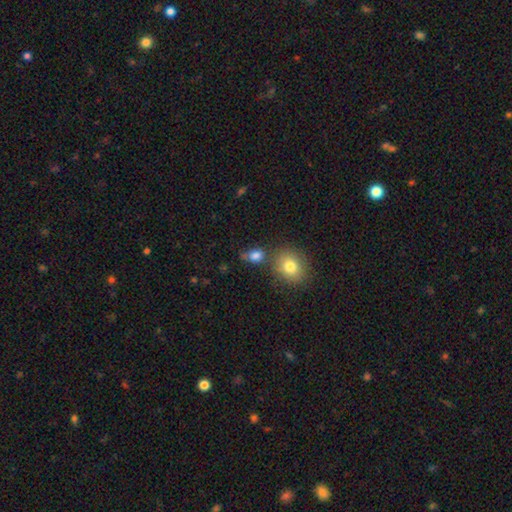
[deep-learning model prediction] A smooth galaxy with no disk features (81%) that is in between round and cigar-shaped (62%).

Vote fractions:
- Smooth or featured? smooth: 81% / star or artifact: 12% / featured or disk: 8%
- How rounded? in between: 62% / round: 35% / cigar-shaped: 3%
- Merging? none: 54% / minor disturbance: 20% / merger: 18% / major disturbance: 8%